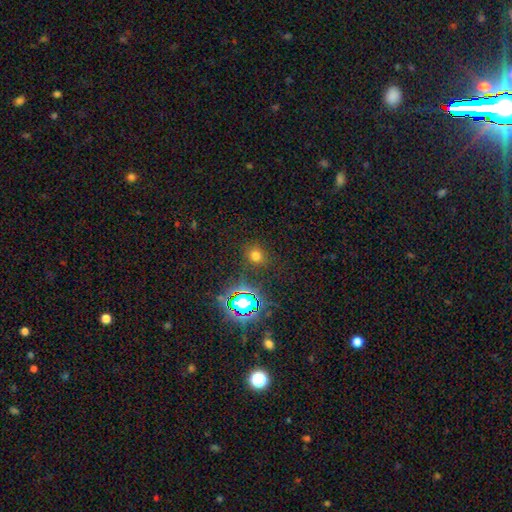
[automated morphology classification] A smooth galaxy with no disk features (65%) that is round (74%).

Vote fractions:
- Smooth or featured? smooth: 65% / star or artifact: 28% / featured or disk: 7%
- How rounded? round: 74% / in between: 25% / cigar-shaped: 1%
- Merging? none: 84% / minor disturbance: 10% / major disturbance: 4% / merger: 2%